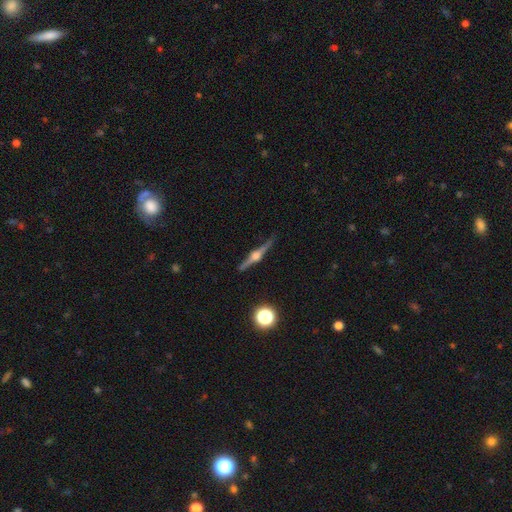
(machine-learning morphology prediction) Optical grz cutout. It shows a featured or disk galaxy (84%) viewed edge-on (98%) with a rounded central bulge (94%). Merging: none (89%).